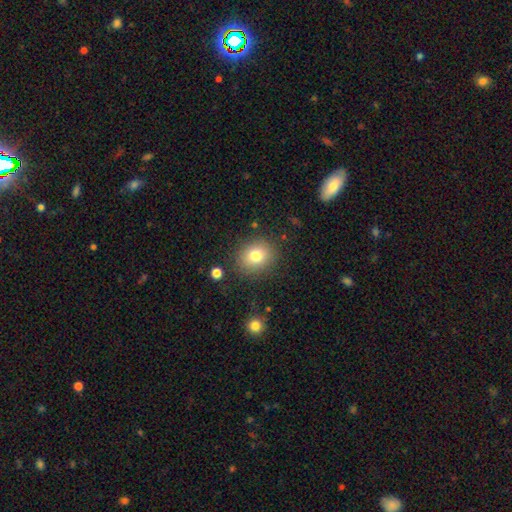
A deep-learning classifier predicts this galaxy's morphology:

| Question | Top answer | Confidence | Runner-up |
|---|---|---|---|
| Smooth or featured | smooth | 79% | star or artifact (12%) |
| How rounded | round | 71% | in between (28%) |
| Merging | none | 85% | minor disturbance (9%) |